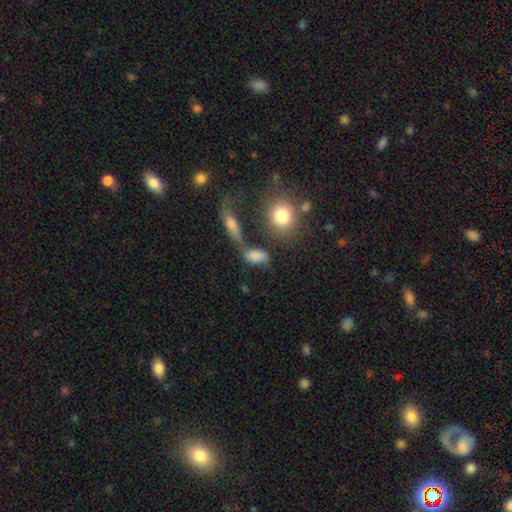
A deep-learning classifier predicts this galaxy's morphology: This appears to be a smooth galaxy with no disk features (80%) that is in between round and cigar-shaped (79%). Merging: none (47%).